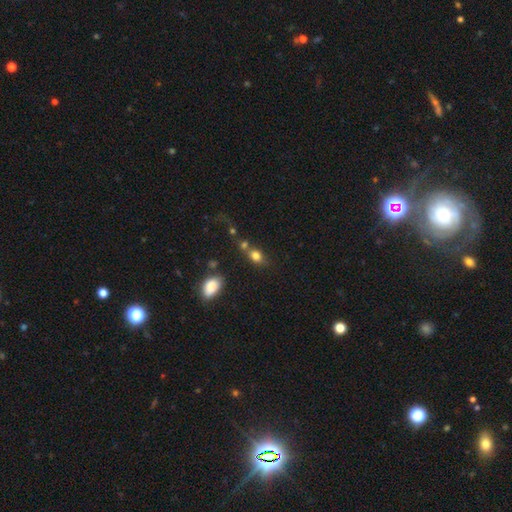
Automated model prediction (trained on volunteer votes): Overall: smooth (80%). How rounded: in between (63%; round 34%). Merging: none (48%; merger 29%).